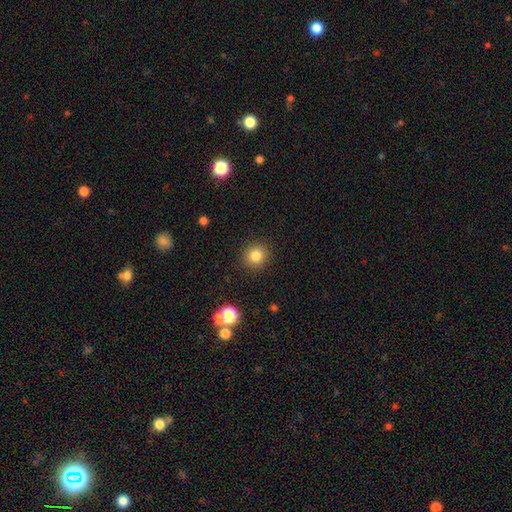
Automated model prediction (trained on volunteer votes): This is clearly a smooth galaxy (82%). How rounded: clearly round (91%). Merging: clearly none (90%).